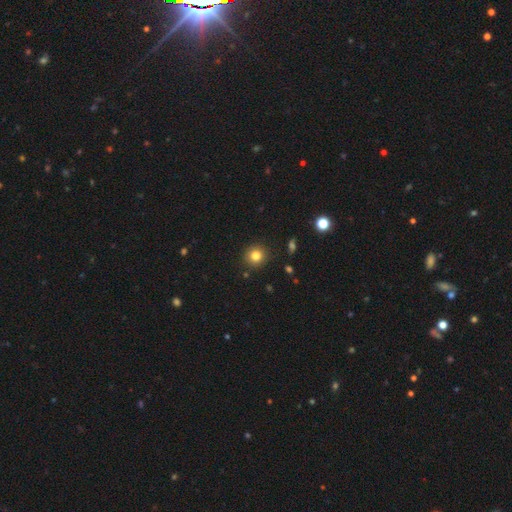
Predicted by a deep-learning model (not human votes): A smooth galaxy with no disk features (81%) that is round (92%).

Vote fractions:
- Smooth or featured? smooth: 81% / star or artifact: 12% / featured or disk: 7%
- How rounded? round: 92% / in between: 8% / cigar-shaped: 1%
- Merging? none: 90% / minor disturbance: 7% / major disturbance: 2% / merger: 2%